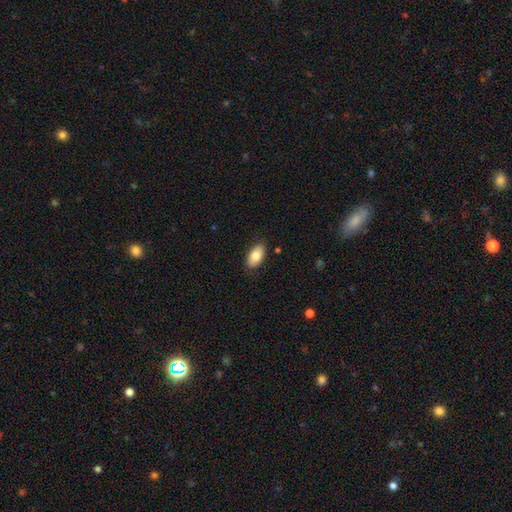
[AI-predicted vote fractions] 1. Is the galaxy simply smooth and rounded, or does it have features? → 79% smooth, 14% featured or disk, 7% star or artifact.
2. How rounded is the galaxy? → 94% in between, 4% round, 3% cigar-shaped.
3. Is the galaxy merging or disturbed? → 86% none, 11% minor disturbance, 2% major disturbance, 1% merger.